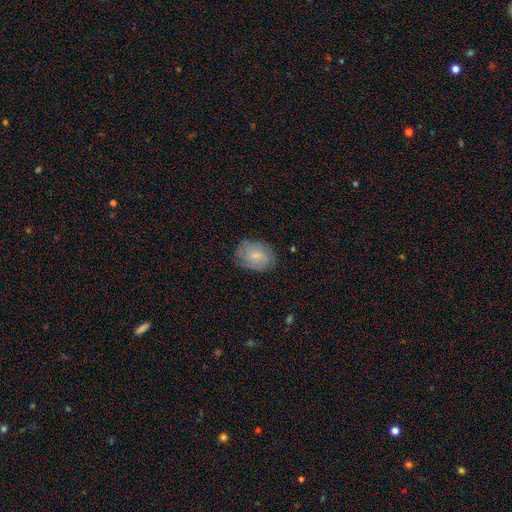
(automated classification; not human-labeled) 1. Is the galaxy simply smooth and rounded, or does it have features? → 58% smooth, 34% featured or disk, 8% star or artifact.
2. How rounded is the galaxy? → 70% in between, 29% round, 1% cigar-shaped.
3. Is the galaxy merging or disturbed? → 79% none, 16% minor disturbance, 4% major disturbance, 1% merger.